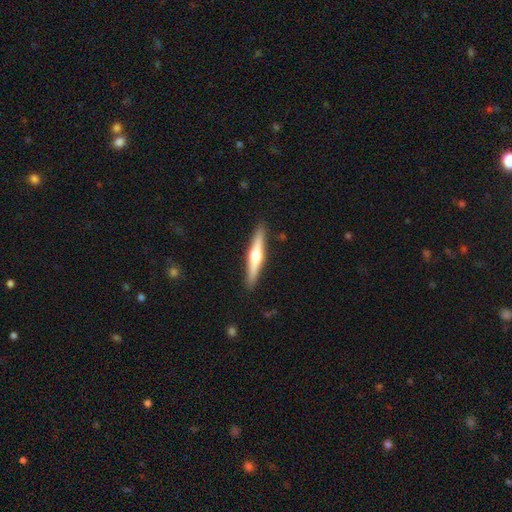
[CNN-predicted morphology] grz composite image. It shows a featured or disk galaxy (63%) viewed edge-on (97%) with a rounded central bulge (92%). Merging: none (91%).